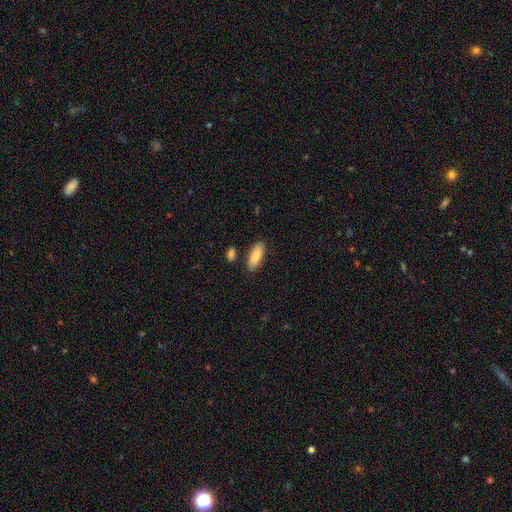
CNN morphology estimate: This appears to be a smooth galaxy with no disk features (86%) that is in between round and cigar-shaped (83%). Merging: none (80%).